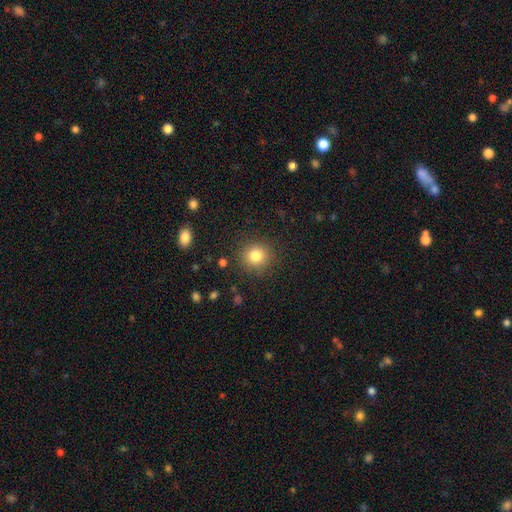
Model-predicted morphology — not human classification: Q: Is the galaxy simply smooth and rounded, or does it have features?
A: smooth — 81%.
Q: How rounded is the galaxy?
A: round — 91%.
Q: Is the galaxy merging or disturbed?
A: none — 88%.